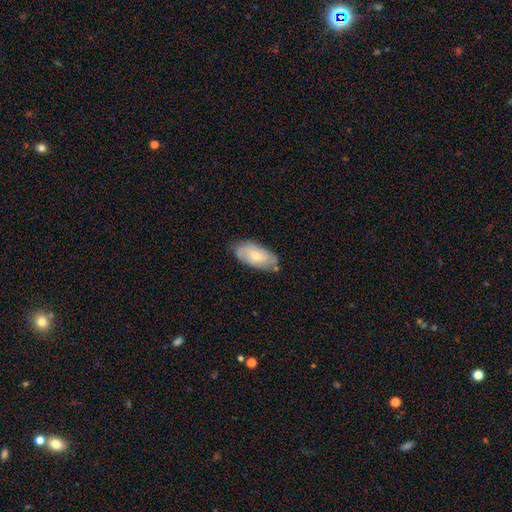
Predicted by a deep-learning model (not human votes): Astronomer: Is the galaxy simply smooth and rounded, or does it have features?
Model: smooth — 52% (runner-up: featured or disk, 42%).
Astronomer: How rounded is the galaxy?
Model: in between — 91%.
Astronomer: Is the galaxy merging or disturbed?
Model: none — 70%.